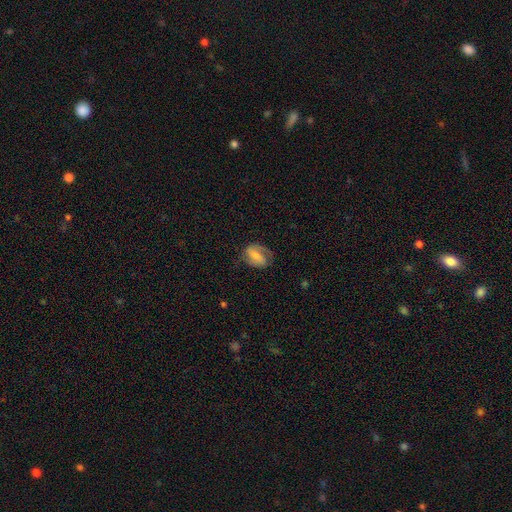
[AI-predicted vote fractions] A featured or disk galaxy (60%) with a weak bar (41%), spiral arms (86%) and a small central bulge (46%).

Vote fractions:
- Smooth or featured? featured or disk: 60% / smooth: 33% / star or artifact: 7%
- Edge-on disk? no: 96% / yes: 4%
- Bar? weak: 41% / strong: 36% / no: 24%
- Spiral arms? yes: 86% / no: 14%
- Bulge size? small: 46% / moderate: 34% / none: 13% / large: 5% / dominant: 2%
- Merging? none: 60% / minor disturbance: 24% / major disturbance: 15% / merger: 2%